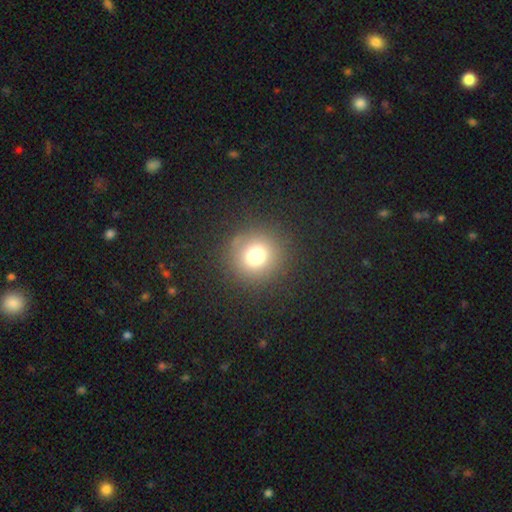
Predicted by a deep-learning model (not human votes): A smooth galaxy with no disk features (73%) that is round (92%). Merging: none (87%).